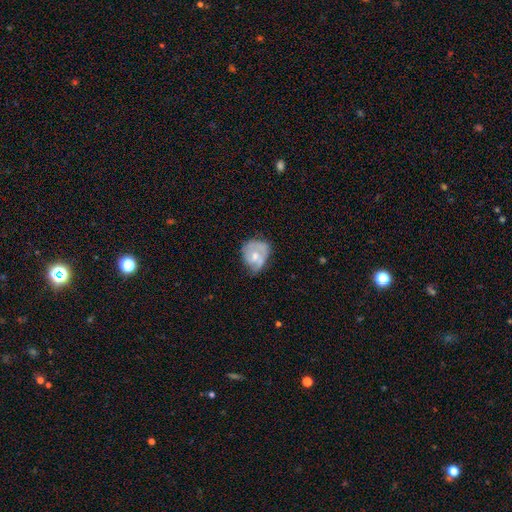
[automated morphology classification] featured or disk 52%, smooth 42%, star or artifact 7%. Down the decision tree: edge-on disk — no (97%); bar — no (76%); spiral arms — yes (57%); bulge size — moderate (58%); merging — none (37%, tied with minor disturbance).